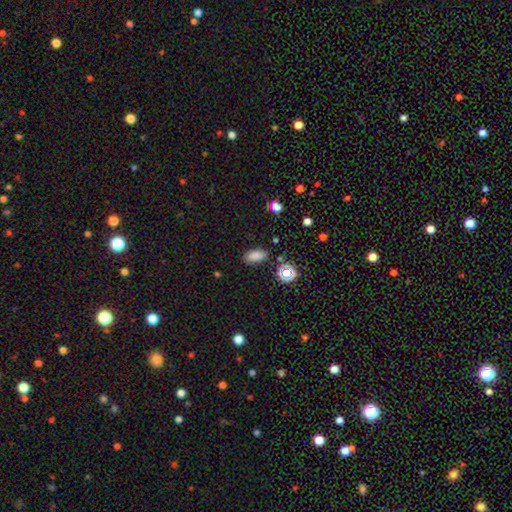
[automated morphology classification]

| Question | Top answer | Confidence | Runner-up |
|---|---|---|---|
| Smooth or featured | smooth | 79% | star or artifact (16%) |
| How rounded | in between | 88% | cigar-shaped (6%) |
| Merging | none | 85% | minor disturbance (10%) |